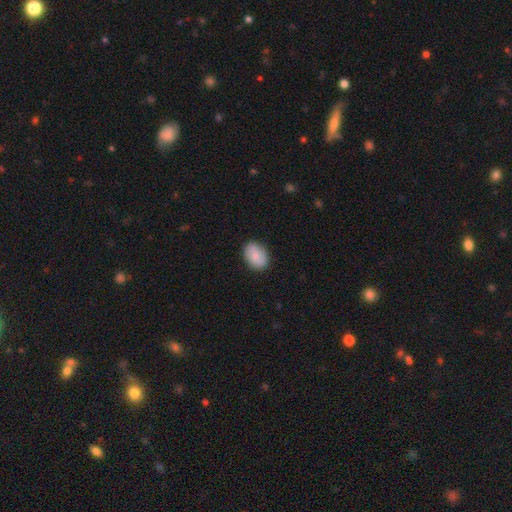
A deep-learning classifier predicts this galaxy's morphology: The model was most divided on "how rounded": in between: 73%, round: 25%, cigar-shaped: 1%. More confident: merging — none (85%); smooth or featured — smooth (83%).